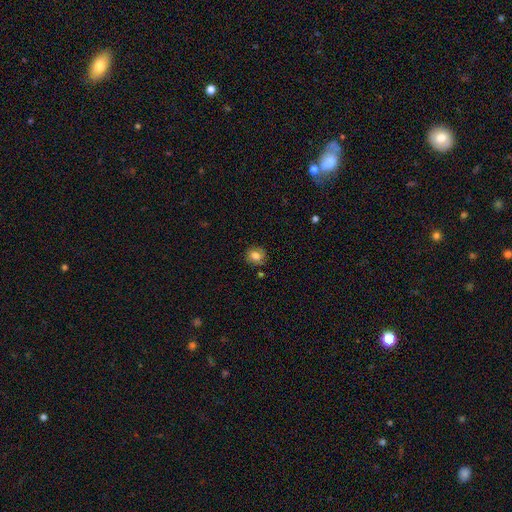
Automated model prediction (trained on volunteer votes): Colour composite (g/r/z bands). It shows a smooth galaxy with no disk features (81%) that is round (77%). Merging: none (83%).